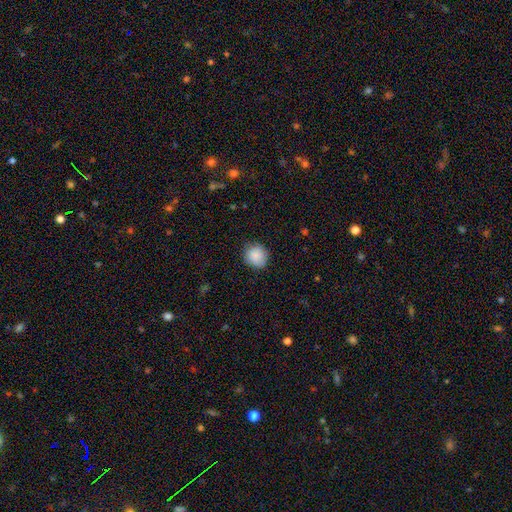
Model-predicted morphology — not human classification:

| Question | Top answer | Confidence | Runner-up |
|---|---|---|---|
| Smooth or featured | smooth | 88% | star or artifact (8%) |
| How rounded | round | 87% | in between (12%) |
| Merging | none | 84% | minor disturbance (13%) |